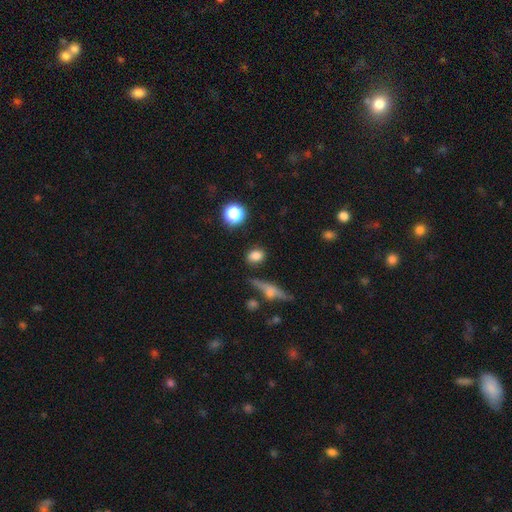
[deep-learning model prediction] The model was most divided on "how rounded": in between: 57%, round: 39%, cigar-shaped: 4%. More confident: merging — none (81%); smooth or featured — smooth (81%).